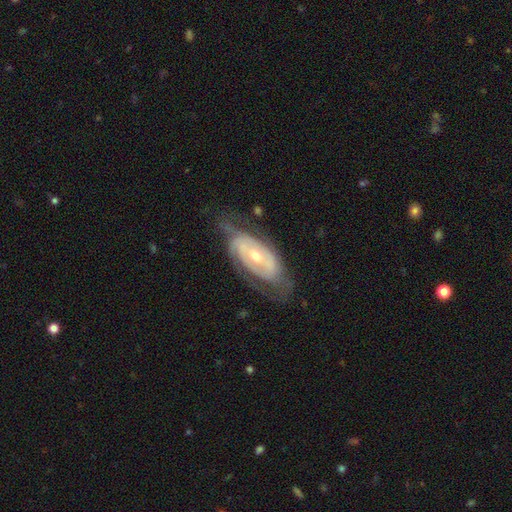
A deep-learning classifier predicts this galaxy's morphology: This is clearly a featured or disk galaxy (81%). It is clearly not viewed edge-on (91%). Bar: possibly no (59%). Spiral arm pattern: clearly yes (81%). Spiral arm count: marginally 2 (42%). Spiral winding: likely tight (63%). Central bulge: possibly moderate (54%). Merging: likely none (61%).